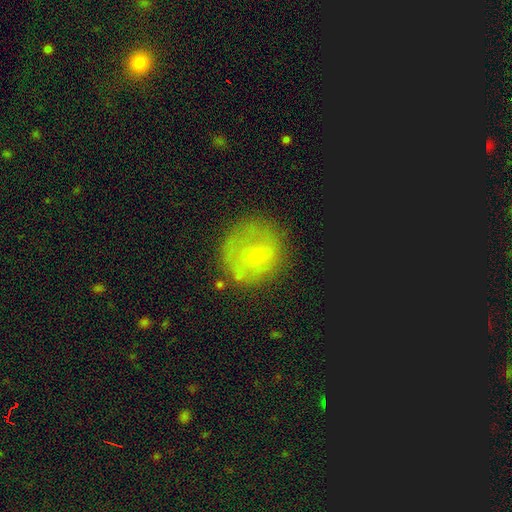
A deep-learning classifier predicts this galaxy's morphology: featured or disk 46%, smooth 42%, star or artifact 12%. Down the decision tree: merging — none (59%).